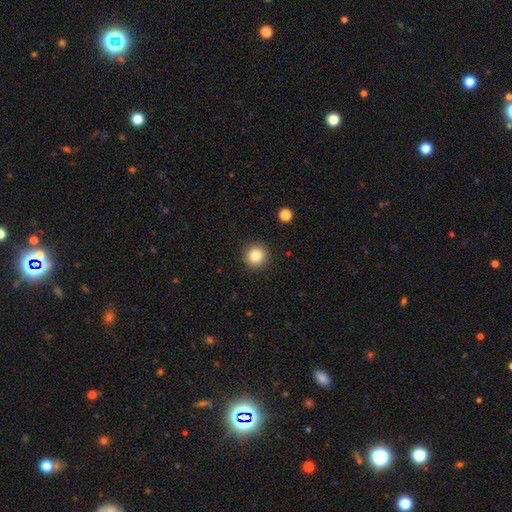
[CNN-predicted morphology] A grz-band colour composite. It shows a smooth galaxy with no disk features (83%) that is round (93%). Merging: none (91%).